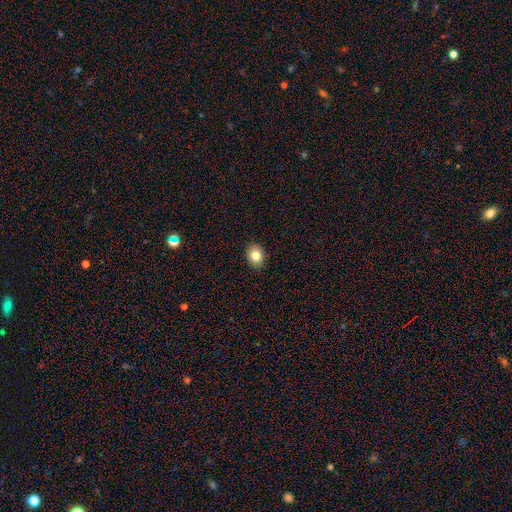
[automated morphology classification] Smooth or featured: smooth — 82% (star or artifact — 9%)
How rounded: in between — 61% (round — 38%)
Merging: none — 90% (minor disturbance — 7%)